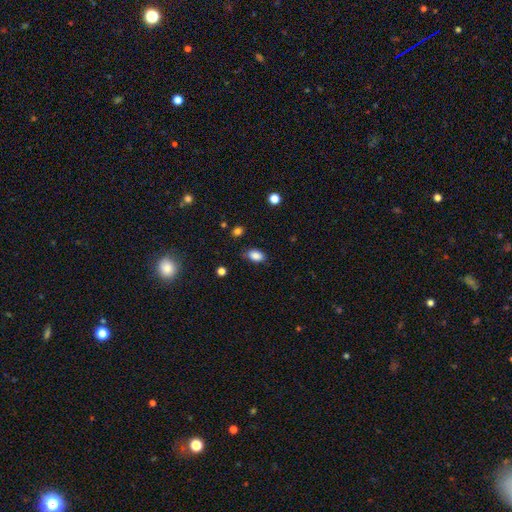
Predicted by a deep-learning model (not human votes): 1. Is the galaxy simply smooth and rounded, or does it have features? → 86% smooth, 9% star or artifact, 5% featured or disk.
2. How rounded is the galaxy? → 88% in between, 10% round, 2% cigar-shaped.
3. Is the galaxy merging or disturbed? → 76% none, 19% minor disturbance, 4% major disturbance, 2% merger.